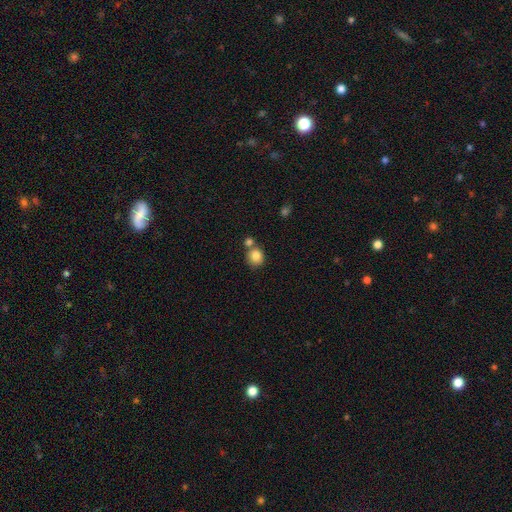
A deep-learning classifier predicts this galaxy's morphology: Smooth or featured? smooth (84%)
How rounded? round (83%)
Merging? none (56%)